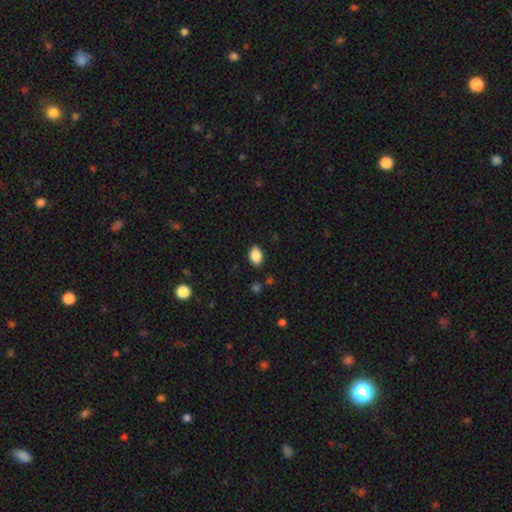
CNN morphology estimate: Smooth or featured? smooth (88%)
How rounded? in between (85%)
Merging? none (88%)